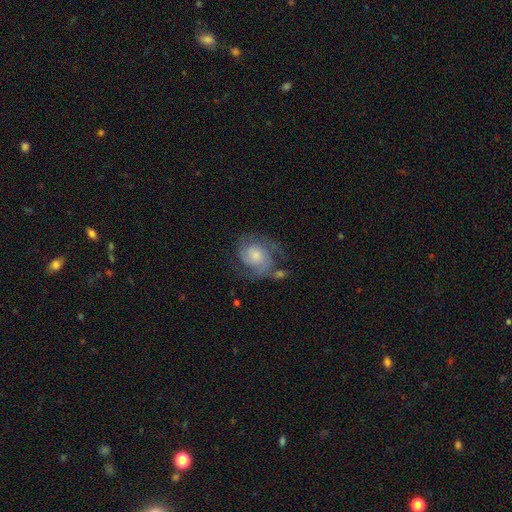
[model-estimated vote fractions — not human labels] Q: Smooth or featured?
A: featured or disk (74%); runner-up: smooth (19%)
Q: Edge-on disk?
A: no (98%); runner-up: yes (2%)
Q: Bar?
A: no (73%); runner-up: weak (23%)
Q: Spiral arms?
A: yes (92%); runner-up: no (8%)
Q: Spiral winding?
A: tight (47%); runner-up: medium (39%)
Q: Spiral arm count?
A: 2 (61%); runner-up: can't tell (17%)
Q: Bulge size?
A: small (44%); runner-up: moderate (36%)
Q: Merging?
A: none (55%); runner-up: minor disturbance (21%)